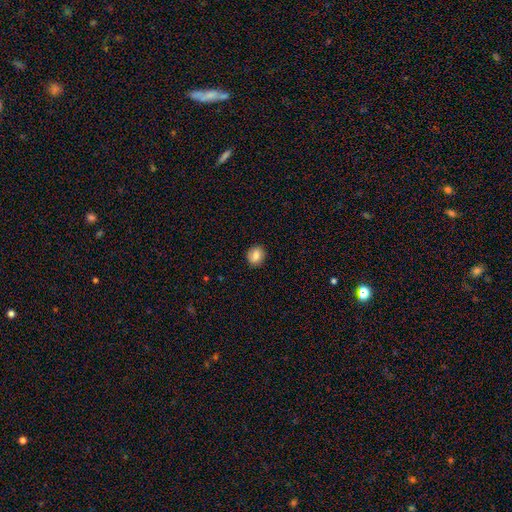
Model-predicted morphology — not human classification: This is clearly a smooth galaxy (82%). How rounded: likely round (65%). Merging: clearly none (88%).